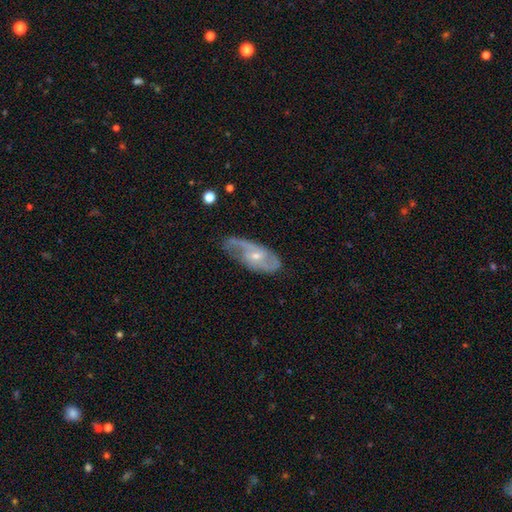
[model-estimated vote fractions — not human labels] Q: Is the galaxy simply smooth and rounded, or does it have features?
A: featured or disk — 78%.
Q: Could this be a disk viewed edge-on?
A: no — 92%.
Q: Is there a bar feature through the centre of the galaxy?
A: no — 57%.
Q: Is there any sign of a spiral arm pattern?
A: yes — 90%.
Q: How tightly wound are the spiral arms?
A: medium — 46%.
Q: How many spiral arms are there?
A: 2 — 71%.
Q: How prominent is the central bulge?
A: small — 65%.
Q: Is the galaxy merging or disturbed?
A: none — 56%.